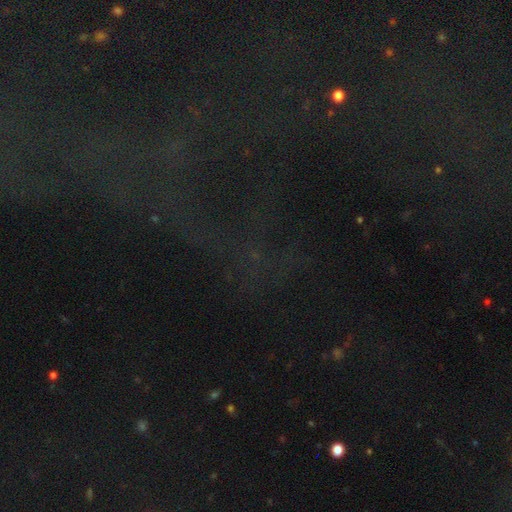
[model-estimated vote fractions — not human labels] This is likely a star or artifact rather than a galaxy (74%).